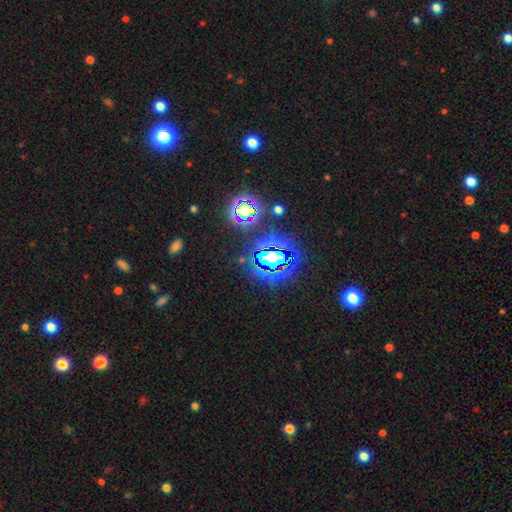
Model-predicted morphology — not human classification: Q: Smooth or featured?
A: star or artifact (80%); runner-up: smooth (13%)